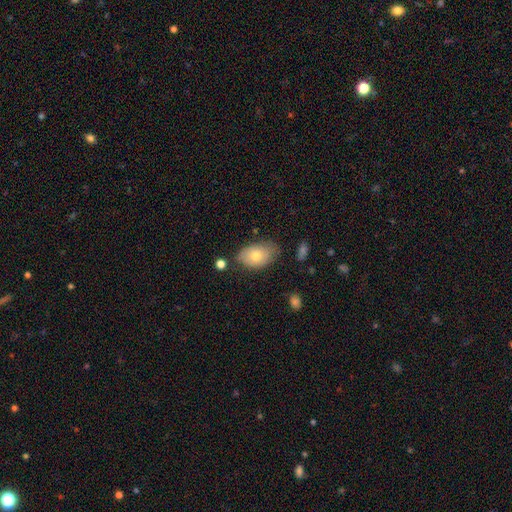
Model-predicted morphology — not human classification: A smooth galaxy with no disk features (72%) that is in between round and cigar-shaped (88%).

Vote fractions:
- Smooth or featured? smooth: 72% / featured or disk: 20% / star or artifact: 7%
- How rounded? in between: 88% / round: 11% / cigar-shaped: 1%
- Merging? none: 63% / minor disturbance: 27% / major disturbance: 6% / merger: 4%